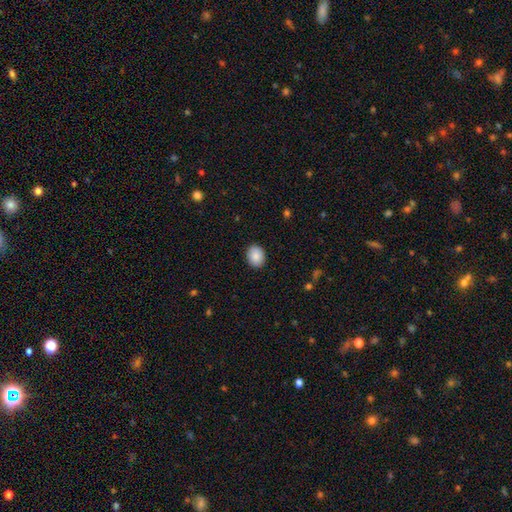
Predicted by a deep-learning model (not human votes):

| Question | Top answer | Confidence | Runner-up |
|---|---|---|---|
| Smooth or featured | smooth | 88% | star or artifact (7%) |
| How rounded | in between | 51% | round (48%) |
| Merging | none | 90% | minor disturbance (7%) |